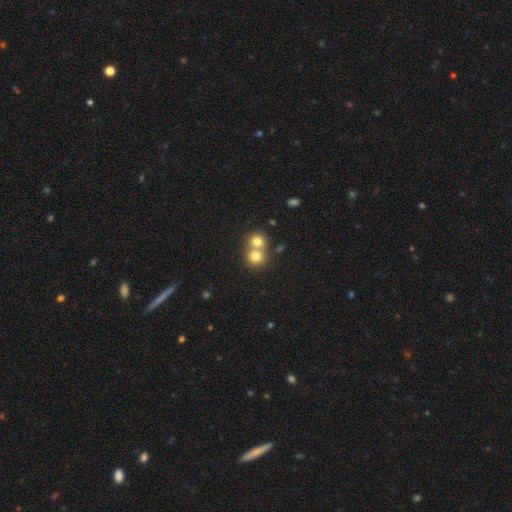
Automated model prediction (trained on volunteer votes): This appears to be a smooth galaxy with no disk features (77%) that is round (85%). Merging: merger (56%).